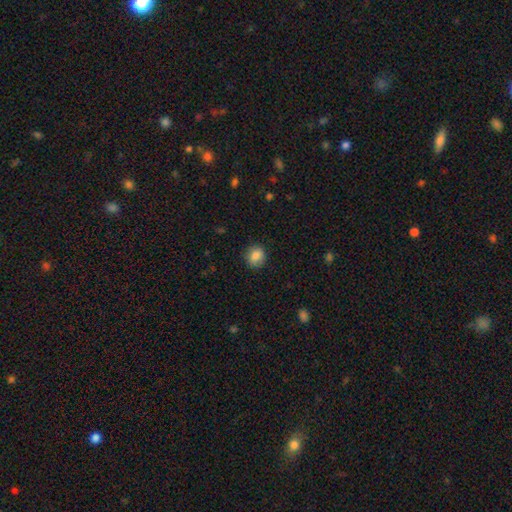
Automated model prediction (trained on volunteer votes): Smooth or featured? Predicted: smooth (p=0.85). How rounded? Predicted: round (p=0.75). Merging? Predicted: none (p=0.85).